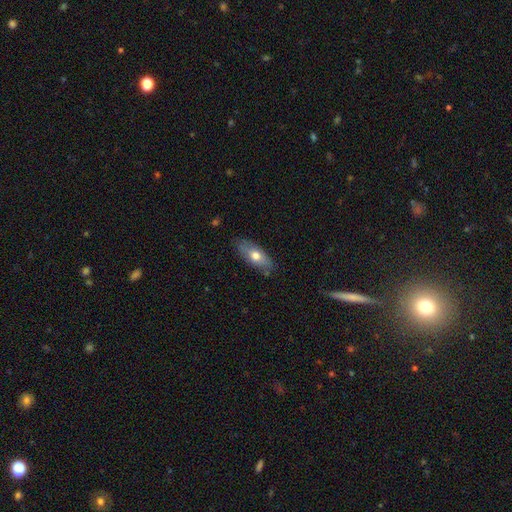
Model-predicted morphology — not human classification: Q: Smooth or featured?
A: smooth (65%); runner-up: featured or disk (28%)
Q: How rounded?
A: in between (80%); runner-up: cigar-shaped (17%)
Q: Merging?
A: none (79%); runner-up: minor disturbance (16%)